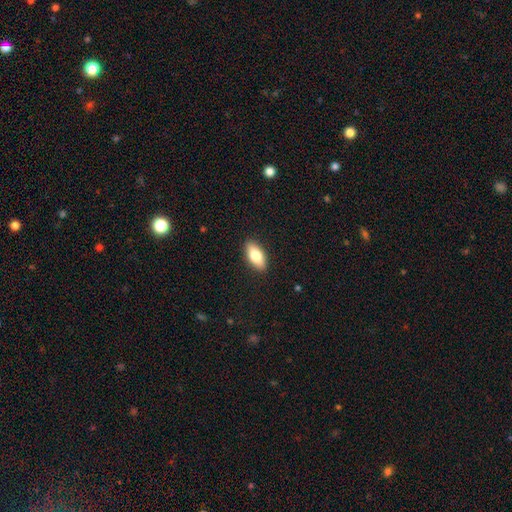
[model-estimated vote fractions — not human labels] smooth-or-featured: smooth: 78% | featured or disk: 15% | star or artifact: 6%
  how-rounded: in between: 87% | cigar-shaped: 10% | round: 3%
  merging: none: 90% | minor disturbance: 8% | major disturbance: 2% | merger: 1%